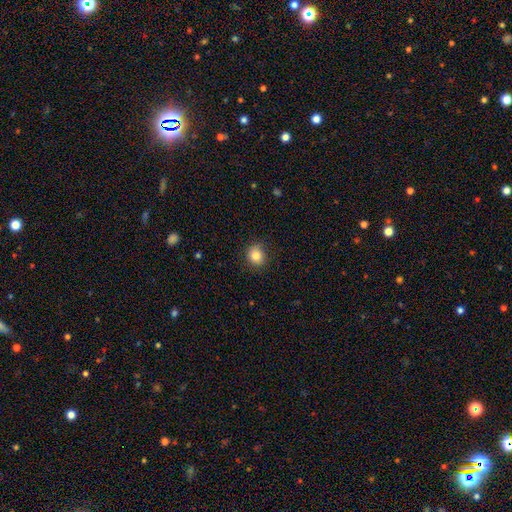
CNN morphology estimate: Overall: smooth (83%). How rounded: round (83%). Merging: none (83%).